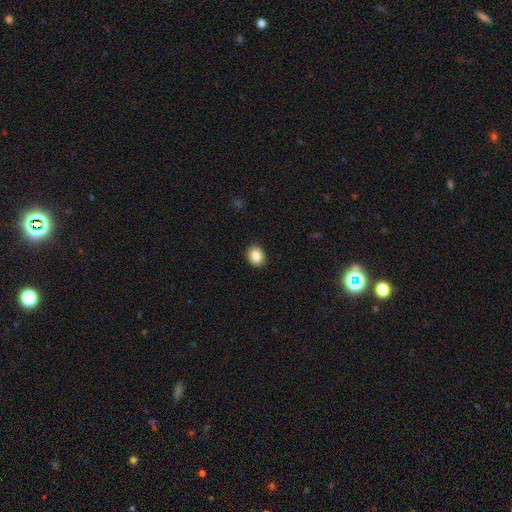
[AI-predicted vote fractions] smooth 85%, star or artifact 9%, featured or disk 6%. Down the decision tree: how rounded — round (55%); merging — none (90%).